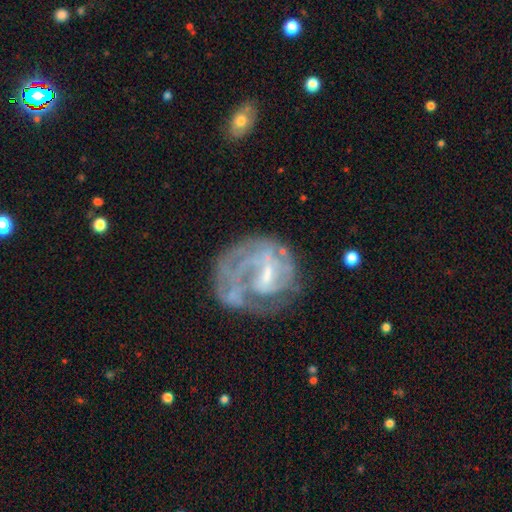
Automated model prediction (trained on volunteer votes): smooth_or_featured: featured or disk (p=0.76) [alt: smooth p=0.15]
disk_edge_on: no (p=0.98) [alt: yes p=0.02]
bar: weak (p=0.52) [alt: no p=0.29]
has_spiral_arms: yes (p=0.72) [alt: no p=0.28]
spiral_winding: tight (p=0.46) [alt: medium p=0.34]
spiral_arm_count: can't tell (p=0.39) [alt: 1 p=0.22]
bulge_size: small (p=0.44) [alt: moderate p=0.26]
merging: none (p=0.44) [alt: major disturbance p=0.30]